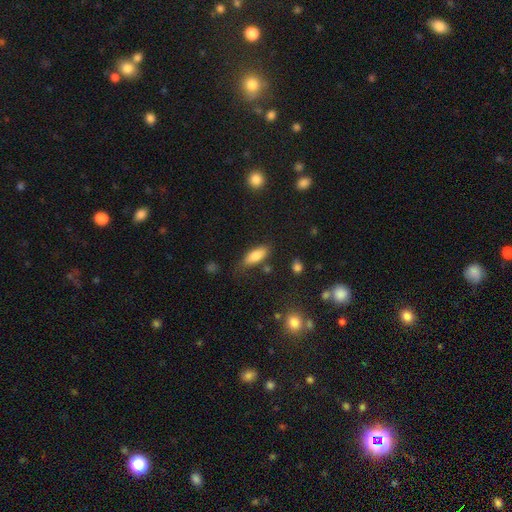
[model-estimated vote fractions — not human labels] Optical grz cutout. It shows a smooth galaxy with no disk features (81%) that is in between round and cigar-shaped (79%). Merging: none (70%).